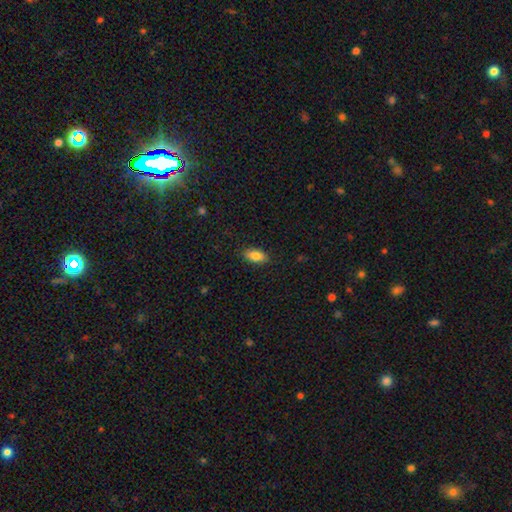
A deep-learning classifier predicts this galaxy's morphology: smooth_or_featured: smooth (p=0.84) [alt: featured or disk p=0.09]
how_rounded: in between (p=0.90) [alt: cigar-shaped p=0.07]
merging: none (p=0.87) [alt: minor disturbance p=0.10]